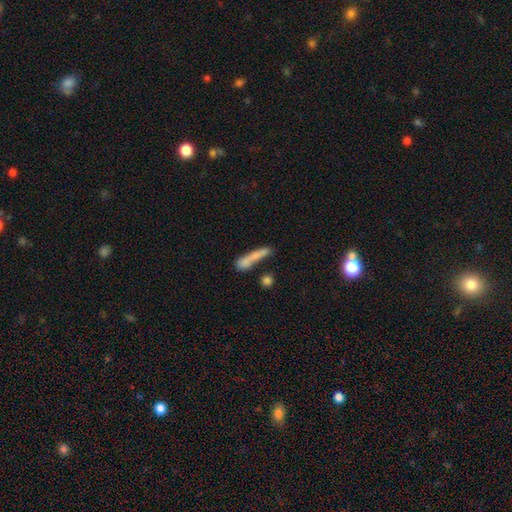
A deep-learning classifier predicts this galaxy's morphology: Smooth or featured? smooth (72%)
How rounded? cigar-shaped (82%)
Merging? none (47%)